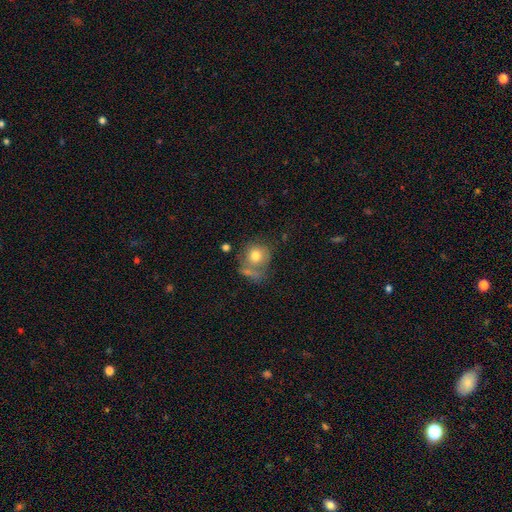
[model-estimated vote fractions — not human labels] Q: Smooth or featured?
A: smooth (76%); runner-up: featured or disk (15%)
Q: How rounded?
A: round (78%); runner-up: in between (21%)
Q: Merging?
A: none (46%); runner-up: merger (25%)